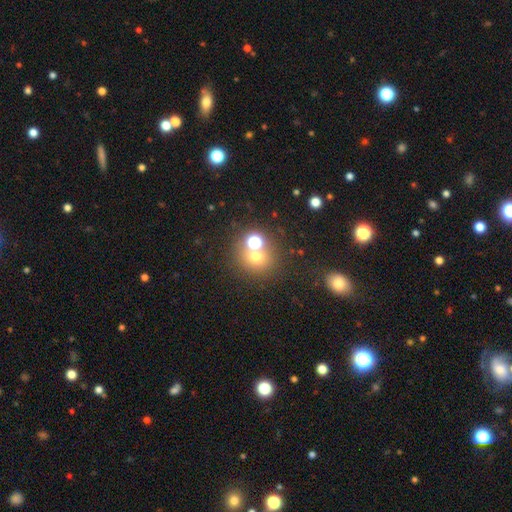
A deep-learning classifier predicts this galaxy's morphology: This is likely a smooth galaxy (62%). How rounded: clearly round (84%). Merging: possibly none (59%).